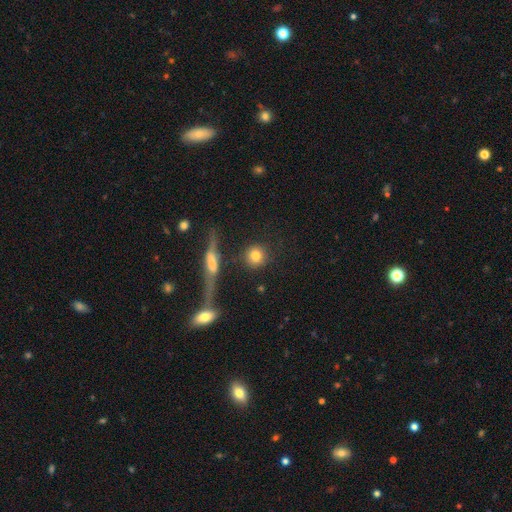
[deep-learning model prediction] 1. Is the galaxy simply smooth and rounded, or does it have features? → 78% smooth, 12% featured or disk, 9% star or artifact.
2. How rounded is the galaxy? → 90% round, 8% in between, 2% cigar-shaped.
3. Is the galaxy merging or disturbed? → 80% none, 9% minor disturbance, 7% merger, 4% major disturbance.